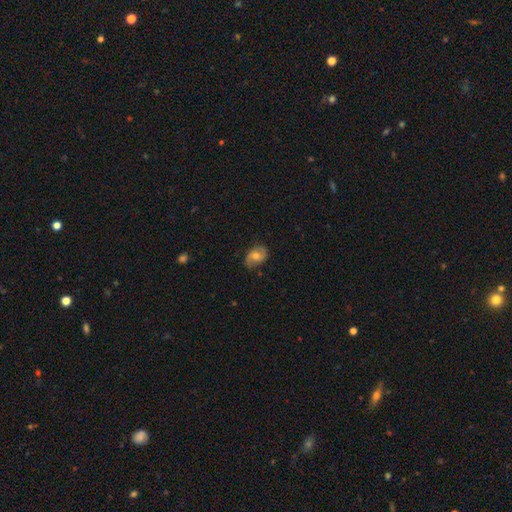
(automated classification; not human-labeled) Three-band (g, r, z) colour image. It shows a featured or disk galaxy (53%) with no bar (59%), spiral arms (85%) and a moderate central bulge (64%). Merging: none (77%).